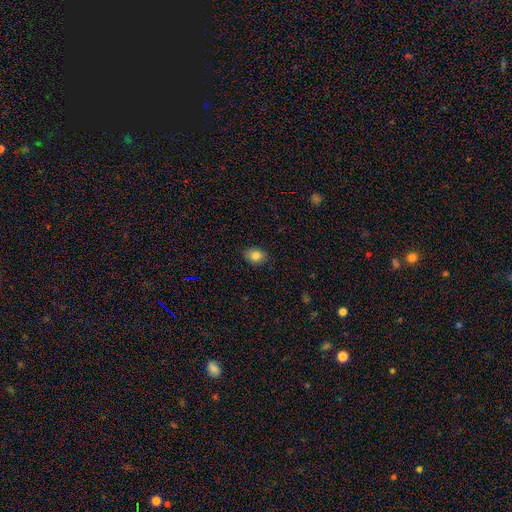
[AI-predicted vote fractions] smooth 82%, star or artifact 10%, featured or disk 8%. Down the decision tree: how rounded — in between (60%); merging — none (87%).